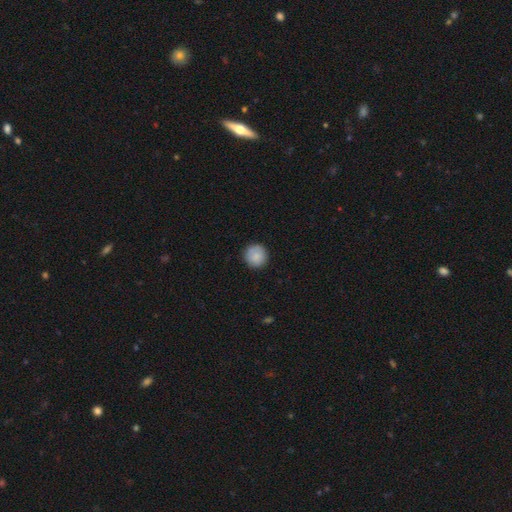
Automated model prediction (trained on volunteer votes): The model was most divided on "smooth or featured": smooth: 86%, star or artifact: 7%, featured or disk: 7%. More confident: how rounded — round (95%); merging — none (88%).